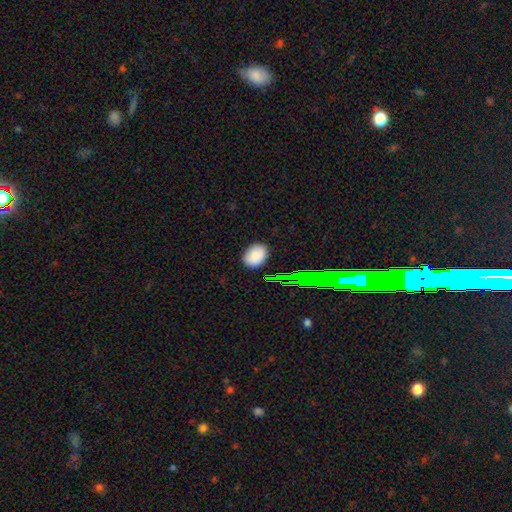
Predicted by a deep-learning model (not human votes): Smooth or featured?
  - smooth: 85% *
  - star or artifact: 10%
  - featured or disk: 5%
How rounded?
  - in between: 68% *
  - round: 31%
  - cigar-shaped: 1%
Merging?
  - none: 86% *
  - minor disturbance: 10%
  - major disturbance: 2%
  - merger: 1%